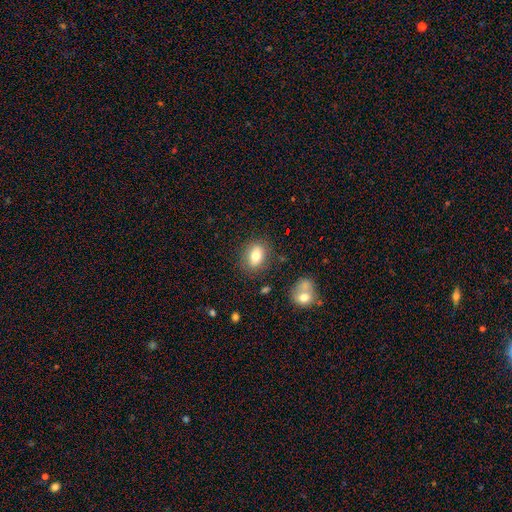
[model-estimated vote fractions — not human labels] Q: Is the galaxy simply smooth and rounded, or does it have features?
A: smooth — 76%.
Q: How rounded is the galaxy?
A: in between — 73%.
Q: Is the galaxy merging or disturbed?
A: none — 81%.